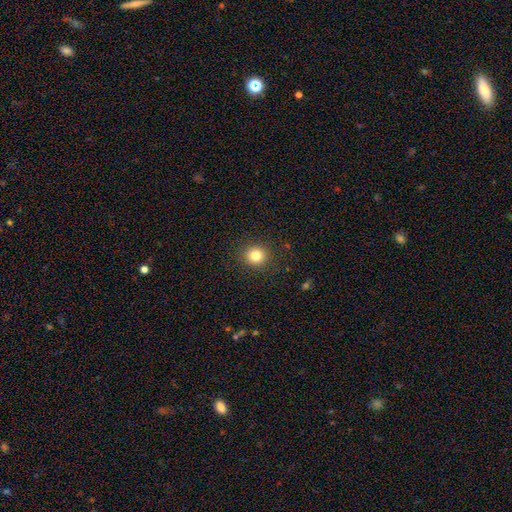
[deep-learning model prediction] A smooth galaxy with no disk features (82%) that is round (88%).

Vote fractions:
- Smooth or featured? smooth: 82% / star or artifact: 12% / featured or disk: 6%
- How rounded? round: 88% / in between: 11% / cigar-shaped: 1%
- Merging? none: 90% / minor disturbance: 7% / major disturbance: 2% / merger: 1%